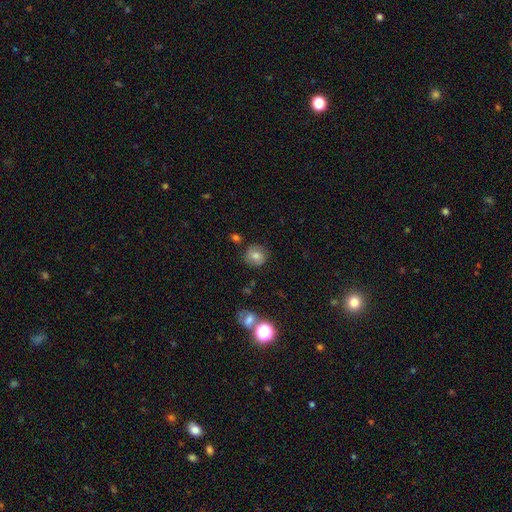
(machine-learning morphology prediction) Smooth or featured? smooth (71%)
How rounded? round (87%)
Merging? none (83%)